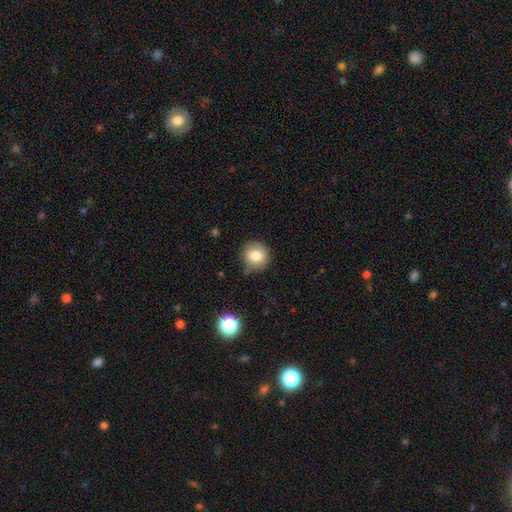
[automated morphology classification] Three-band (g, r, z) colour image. It shows a smooth galaxy with no disk features (81%) that is round (90%). Merging: none (77%).